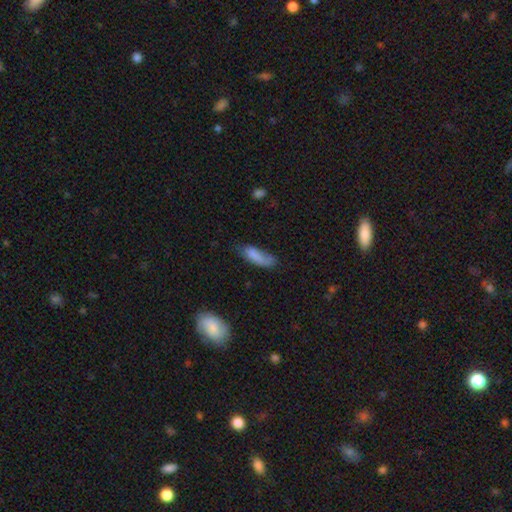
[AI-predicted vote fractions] A smooth galaxy with no disk features (77%) that is in between round and cigar-shaped (65%).

Vote fractions:
- Smooth or featured? smooth: 77% / featured or disk: 15% / star or artifact: 8%
- How rounded? in between: 65% / cigar-shaped: 33% / round: 2%
- Merging? none: 46% / minor disturbance: 32% / major disturbance: 18% / merger: 4%